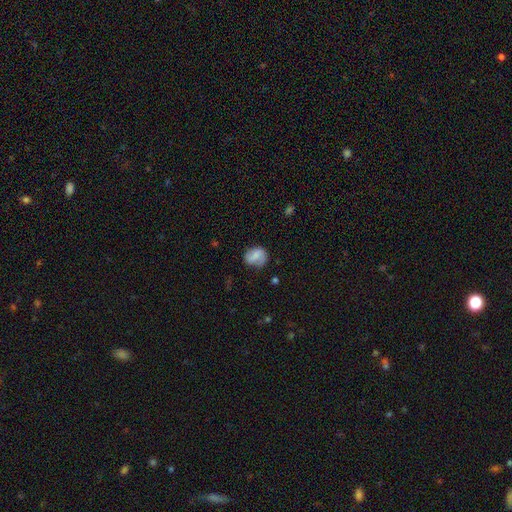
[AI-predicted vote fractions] Smooth or featured? smooth (53%)
How rounded? round (52%)
Merging? none (60%)